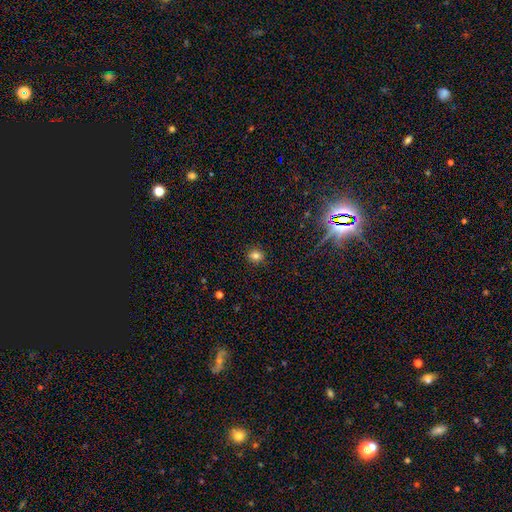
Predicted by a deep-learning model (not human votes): Smooth or featured?
  - smooth: 77% *
  - star or artifact: 15%
  - featured or disk: 8%
How rounded?
  - round: 73% *
  - in between: 26%
  - cigar-shaped: 1%
Merging?
  - none: 89% *
  - minor disturbance: 8%
  - major disturbance: 2%
  - merger: 1%